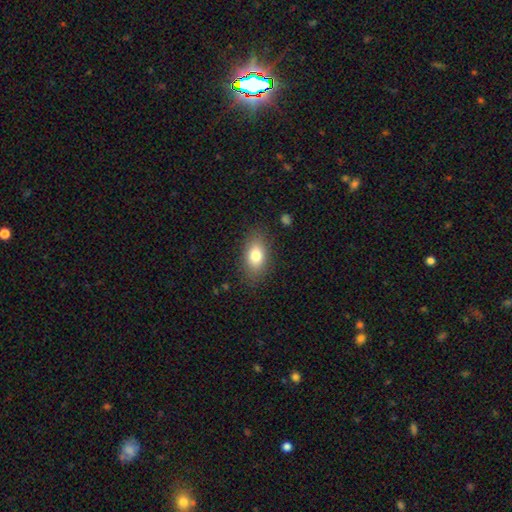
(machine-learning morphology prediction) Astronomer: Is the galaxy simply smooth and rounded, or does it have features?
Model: smooth — 80%.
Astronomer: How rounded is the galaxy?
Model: in between — 87%.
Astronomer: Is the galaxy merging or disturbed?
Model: none — 84%.